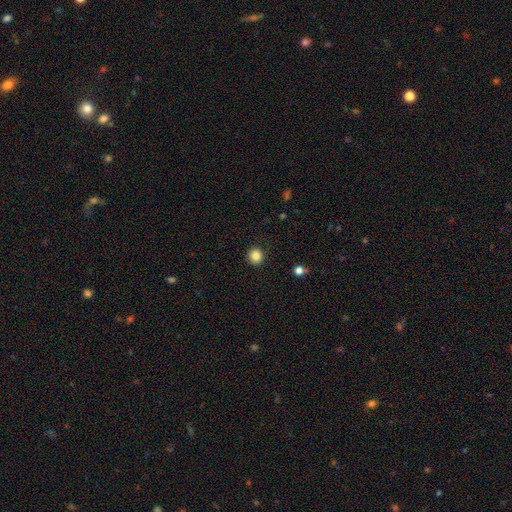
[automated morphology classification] Smooth or featured?
  - smooth: 85% *
  - star or artifact: 11%
  - featured or disk: 4%
How rounded?
  - round: 93% *
  - in between: 7%
  - cigar-shaped: 1%
Merging?
  - none: 91% *
  - minor disturbance: 6%
  - major disturbance: 2%
  - merger: 1%